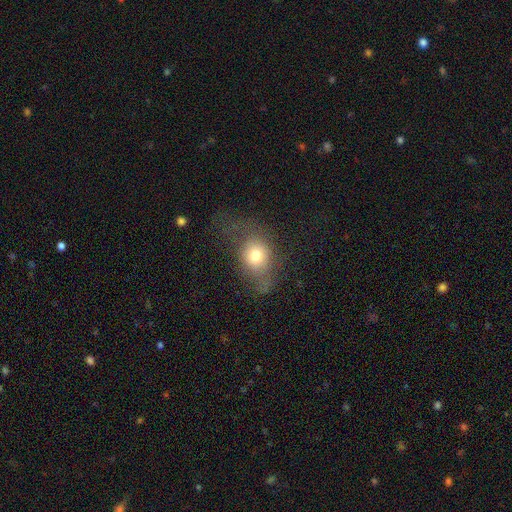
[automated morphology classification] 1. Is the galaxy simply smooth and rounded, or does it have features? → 69% smooth, 19% featured or disk, 12% star or artifact.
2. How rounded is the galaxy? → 52% round, 46% in between, 2% cigar-shaped.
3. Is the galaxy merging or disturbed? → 41% none, 32% major disturbance, 24% minor disturbance, 2% merger.